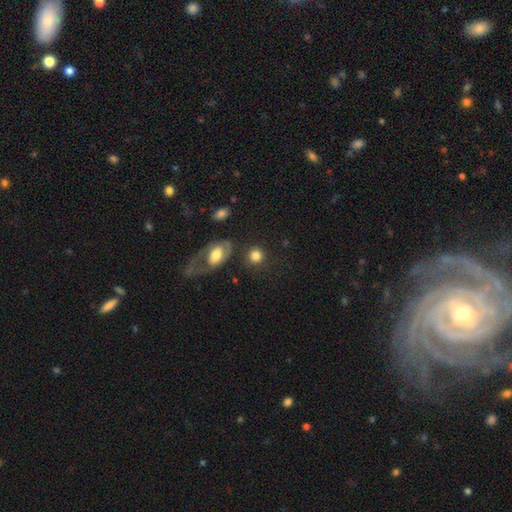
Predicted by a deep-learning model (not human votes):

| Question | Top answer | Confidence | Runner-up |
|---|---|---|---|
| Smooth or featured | smooth | 82% | featured or disk (10%) |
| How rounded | round | 87% | in between (12%) |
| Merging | none | 76% | minor disturbance (11%) |